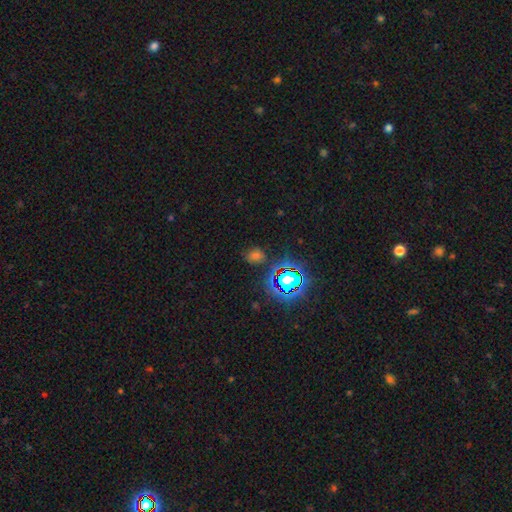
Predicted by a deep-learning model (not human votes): smooth_or_featured: star or artifact (p=0.46) [alt: smooth p=0.45]